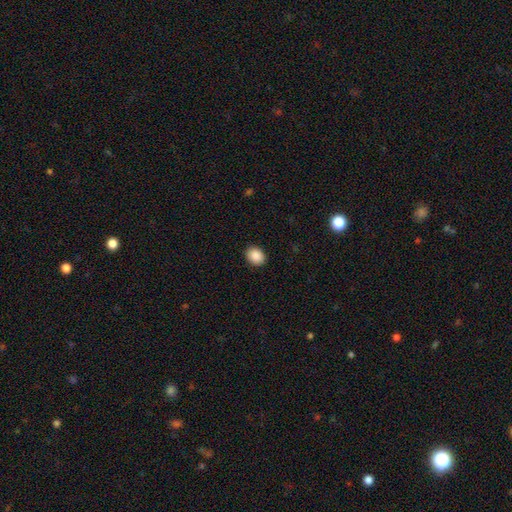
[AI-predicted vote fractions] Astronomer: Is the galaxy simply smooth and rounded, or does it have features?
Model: smooth — 89%.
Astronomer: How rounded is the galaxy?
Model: in between — 58% (runner-up: round, 41%).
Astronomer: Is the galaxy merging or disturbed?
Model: none — 91%.